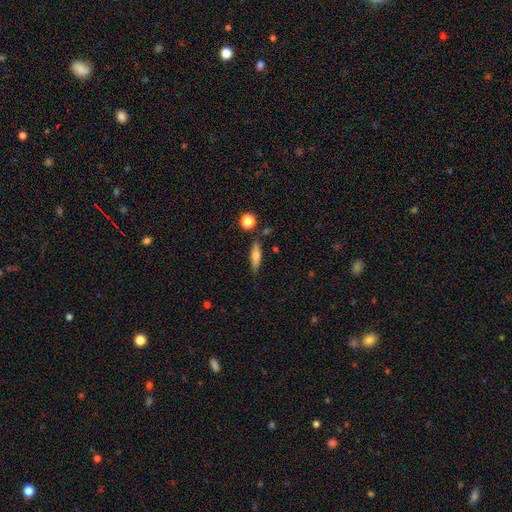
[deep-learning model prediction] The model was most divided on "how rounded": cigar-shaped: 62%, in between: 35%, round: 3%. More confident: merging — none (78%); smooth or featured — smooth (62%).